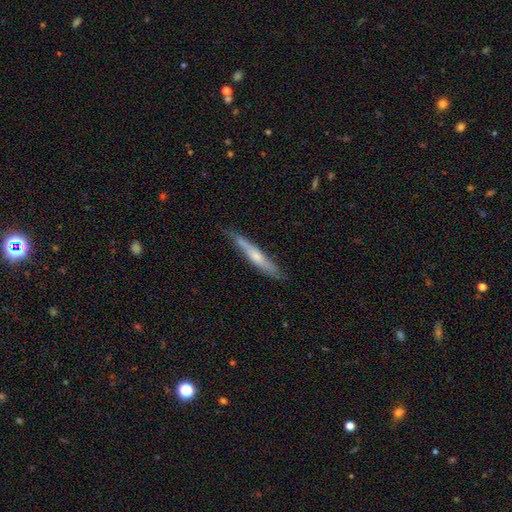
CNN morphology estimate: The model was most divided on "smooth or featured": featured or disk: 51%, smooth: 44%, star or artifact: 6%. More confident: edge-on disk — yes (87%); merging — none (73%).